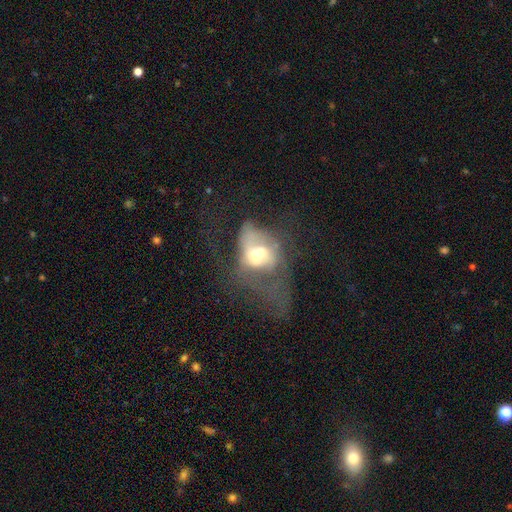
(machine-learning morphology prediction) Smooth or featured? featured or disk (52%)
Edge-on disk? no (95%)
Merging? major disturbance (44%)